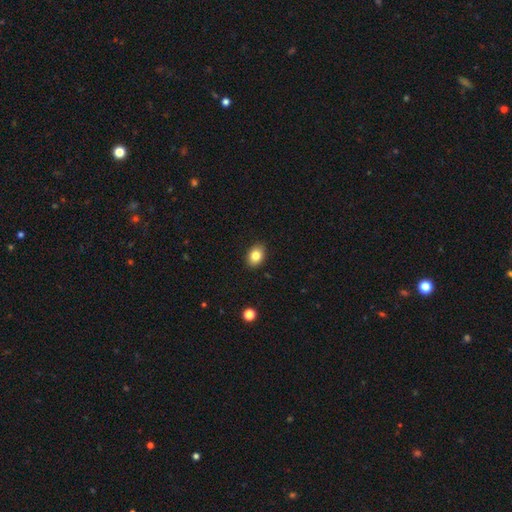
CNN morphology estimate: This is clearly a smooth galaxy (83%). How rounded: likely in between (77%). Merging: clearly none (89%).